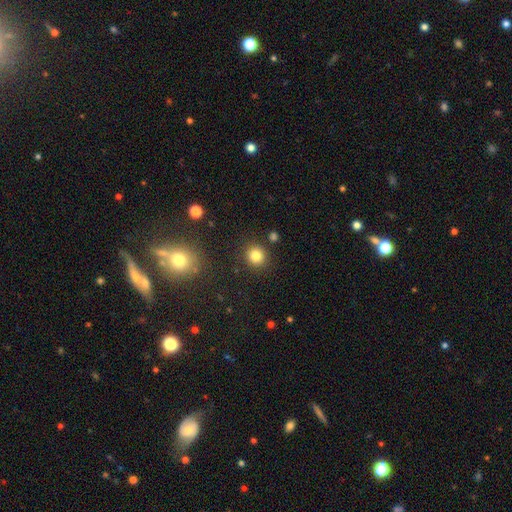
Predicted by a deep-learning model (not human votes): The model was most divided on "smooth or featured": smooth: 82%, star or artifact: 12%, featured or disk: 6%. More confident: how rounded — round (90%); merging — none (88%).